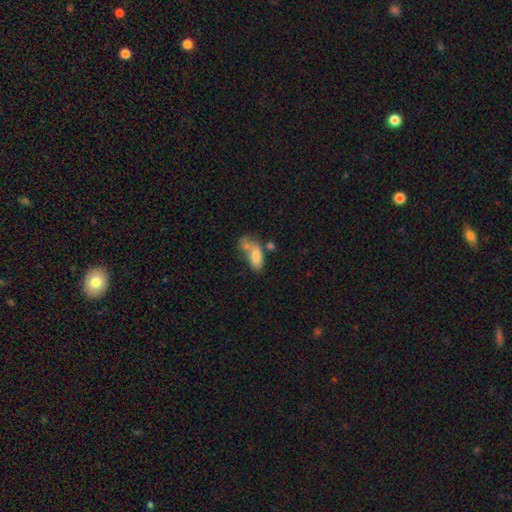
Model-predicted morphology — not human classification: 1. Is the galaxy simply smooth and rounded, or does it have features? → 75% smooth, 17% featured or disk, 8% star or artifact.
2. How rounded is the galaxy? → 87% in between, 9% cigar-shaped, 4% round.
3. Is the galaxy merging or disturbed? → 37% merger, 29% none, 19% minor disturbance, 15% major disturbance.